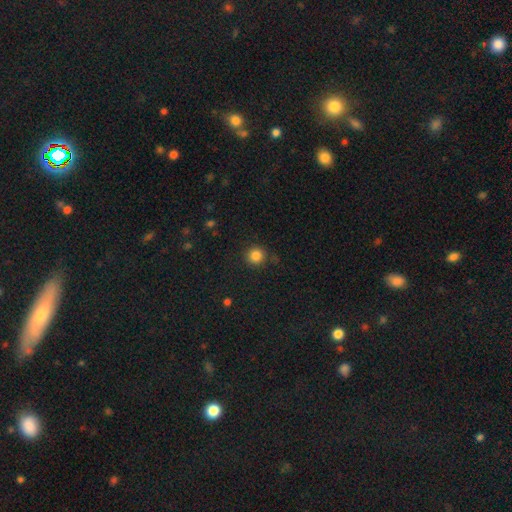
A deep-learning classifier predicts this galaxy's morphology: Q: Smooth or featured?
A: smooth (84%); runner-up: star or artifact (12%)
Q: How rounded?
A: round (94%); runner-up: in between (5%)
Q: Merging?
A: none (87%); runner-up: minor disturbance (9%)